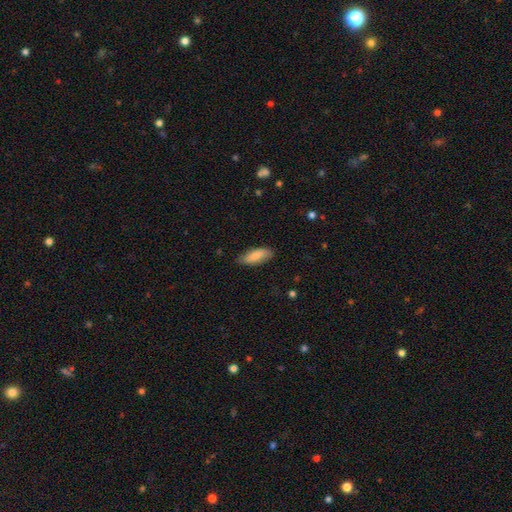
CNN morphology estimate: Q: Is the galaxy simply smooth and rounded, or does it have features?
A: smooth — 84%.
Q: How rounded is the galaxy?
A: in between — 74%.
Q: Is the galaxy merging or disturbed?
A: none — 78%.